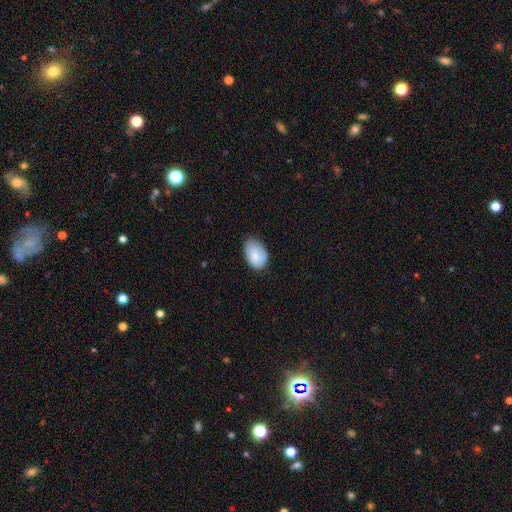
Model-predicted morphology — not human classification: smooth_or_featured: smooth (p=0.84) [alt: featured or disk p=0.10]
how_rounded: in between (p=0.90) [alt: round p=0.09]
merging: none (p=0.72) [alt: minor disturbance p=0.23]